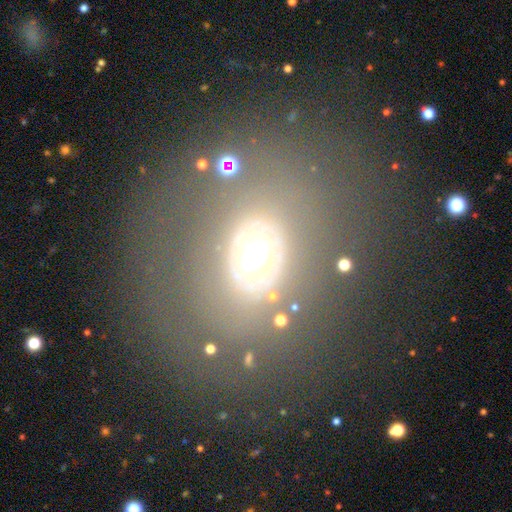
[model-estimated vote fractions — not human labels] This is marginally a featured or disk galaxy (43%). Merging: likely none (76%).